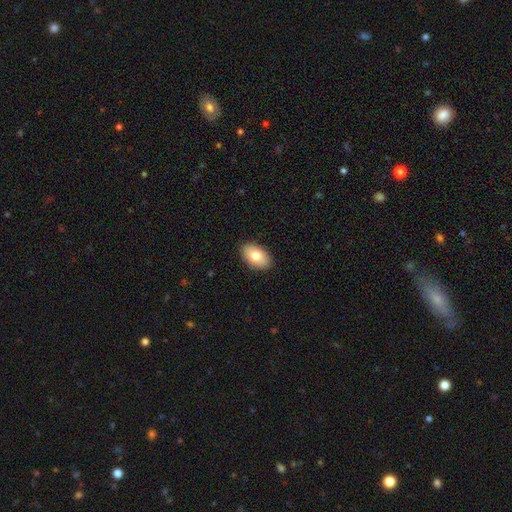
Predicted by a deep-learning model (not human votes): smooth_or_featured: smooth (p=0.78) [alt: featured or disk p=0.15]
how_rounded: in between (p=0.92) [alt: round p=0.07]
merging: none (p=0.89) [alt: minor disturbance p=0.08]